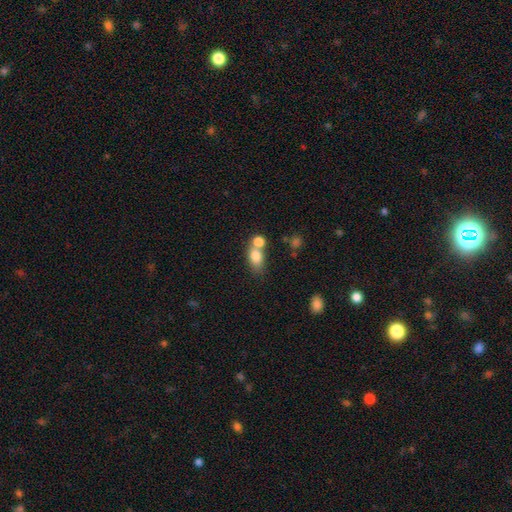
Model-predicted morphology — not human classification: Smooth or featured: smooth — 79% (featured or disk — 12%)
How rounded: in between — 72% (round — 24%)
Merging: merger — 51% (none — 35%)